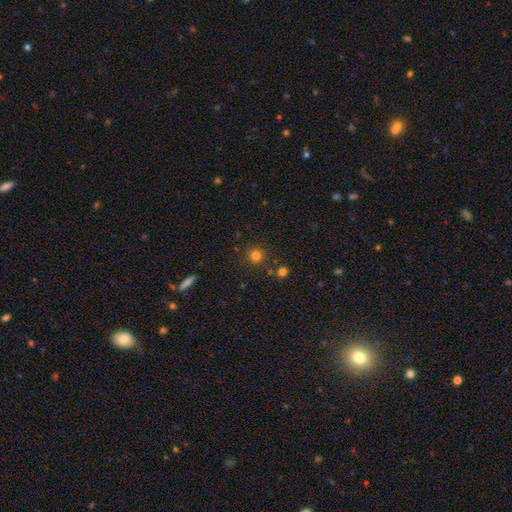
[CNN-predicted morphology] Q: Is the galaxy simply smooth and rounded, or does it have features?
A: smooth — 78%.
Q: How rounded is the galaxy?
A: round — 92%.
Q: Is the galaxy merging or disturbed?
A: none — 83%.